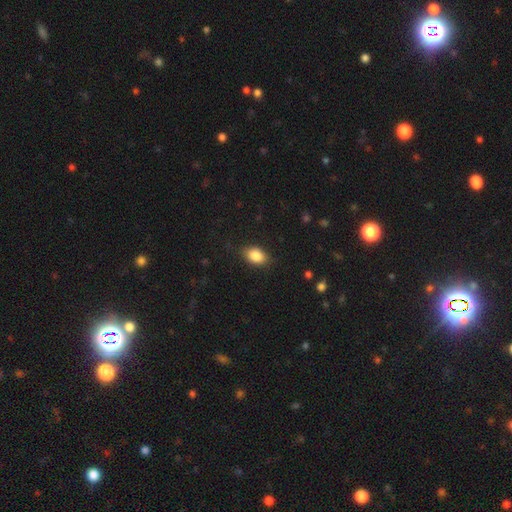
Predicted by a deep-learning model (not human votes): This appears to be a smooth galaxy with no disk features (86%) that is in between round and cigar-shaped (80%). Merging: none (82%).